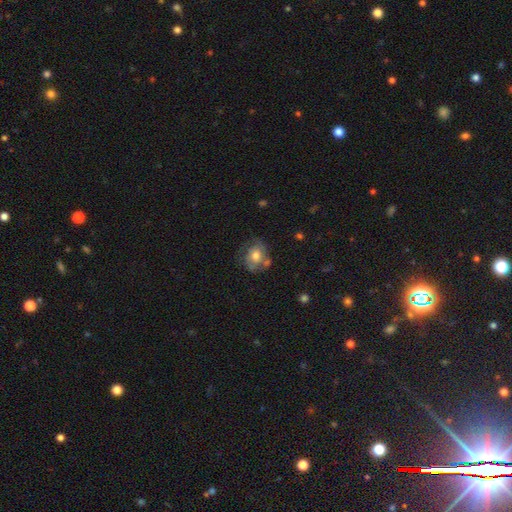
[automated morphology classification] type=smooth (46%, tied with featured or disk); merging=none (52%).